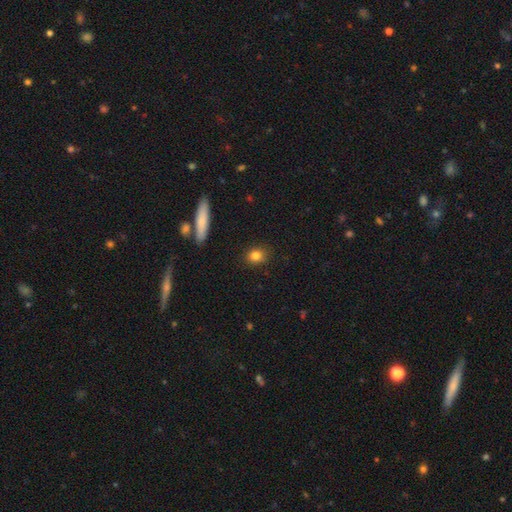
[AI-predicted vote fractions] smooth 82%, star or artifact 10%, featured or disk 7%. Down the decision tree: how rounded — round (67%); merging — none (88%).